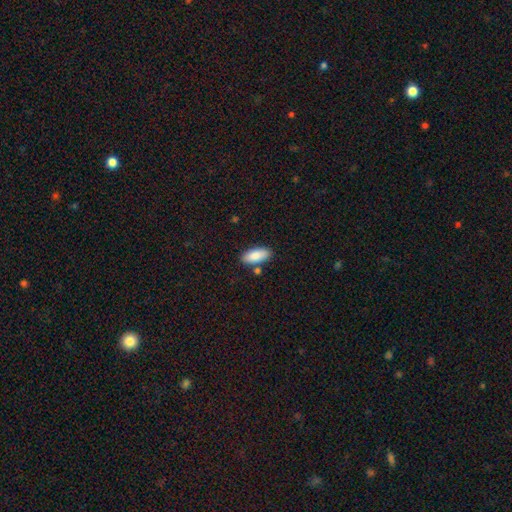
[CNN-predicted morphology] smooth_or_featured: smooth (p=0.88) [alt: featured or disk p=0.06]
how_rounded: in between (p=0.86) [alt: cigar-shaped p=0.12]
merging: none (p=0.80) [alt: minor disturbance p=0.11]